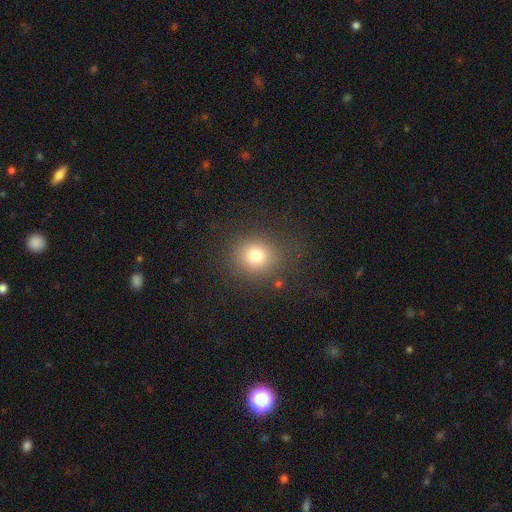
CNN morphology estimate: This appears to be a smooth galaxy with no disk features (78%) that is round (84%). Merging: none (84%).